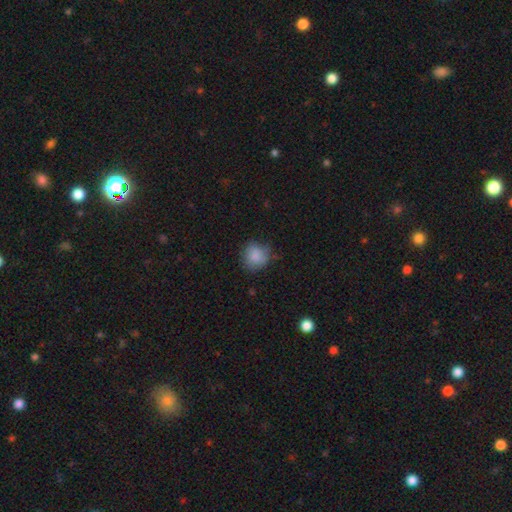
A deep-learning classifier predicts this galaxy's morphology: Smooth or featured? Predicted: smooth (p=0.83). How rounded? Predicted: round (p=0.80). Merging? Predicted: none (p=0.64).